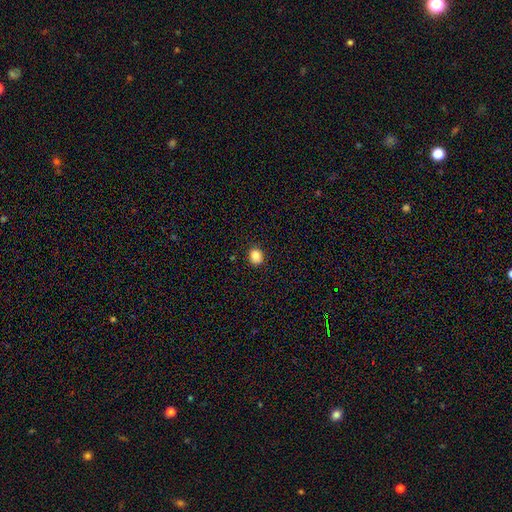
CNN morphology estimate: smooth_or_featured: smooth (p=0.85) [alt: star or artifact p=0.10]
how_rounded: round (p=0.72) [alt: in between p=0.27]
merging: none (p=0.88) [alt: minor disturbance p=0.08]